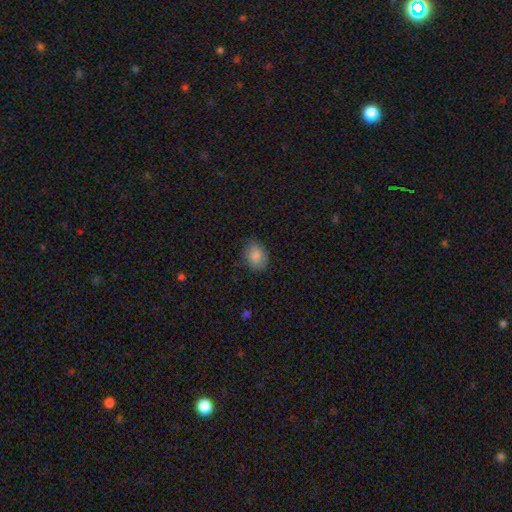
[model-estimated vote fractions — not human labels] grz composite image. It shows a smooth galaxy with no disk features (86%) that is in between round and cigar-shaped (67%). Merging: none (80%).